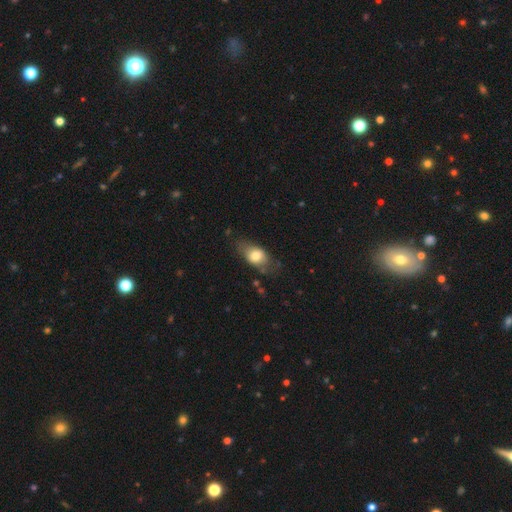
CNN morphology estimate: type=smooth (72%); roundness=in between (82%); merging=none (64%).